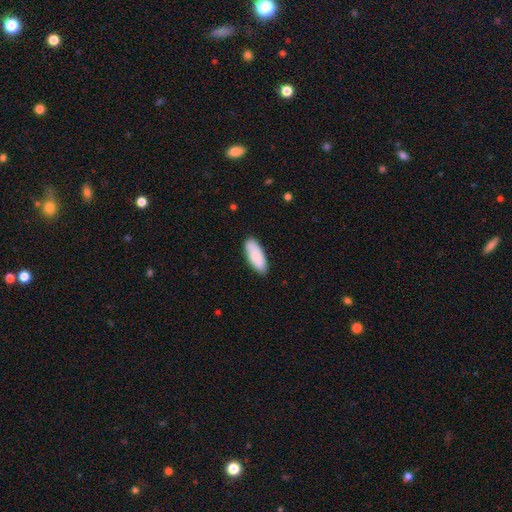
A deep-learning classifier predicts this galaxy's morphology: This is clearly a smooth galaxy (82%). How rounded: likely in between (75%). Merging: clearly none (85%).